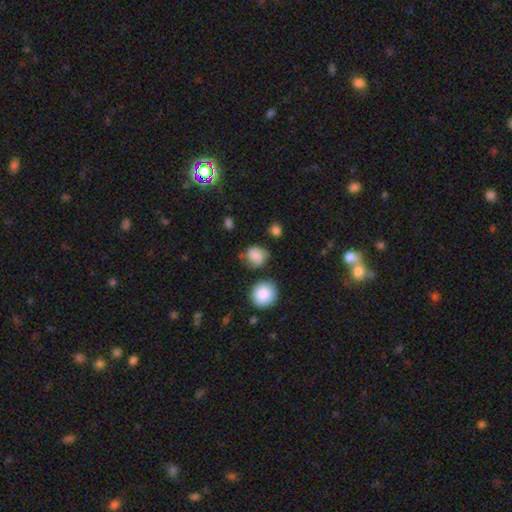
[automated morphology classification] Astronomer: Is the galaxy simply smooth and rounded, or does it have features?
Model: smooth — 67%.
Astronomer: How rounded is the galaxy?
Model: round — 71%.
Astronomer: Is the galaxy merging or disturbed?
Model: none — 61%.